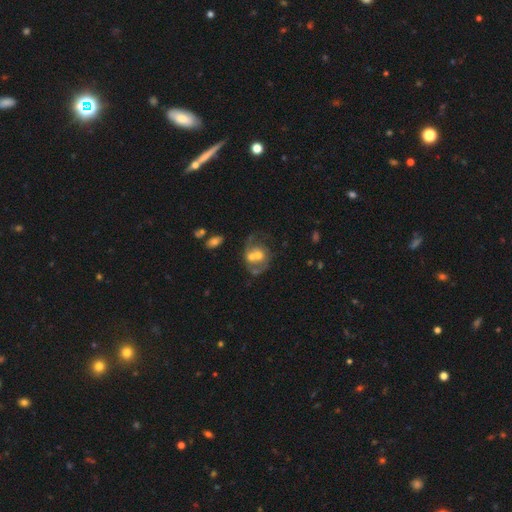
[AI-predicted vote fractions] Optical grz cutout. It shows a featured or disk galaxy (61%) with no bar (79%), spiral arms (63%) and a moderate central bulge (59%). Merging: merger (49%).